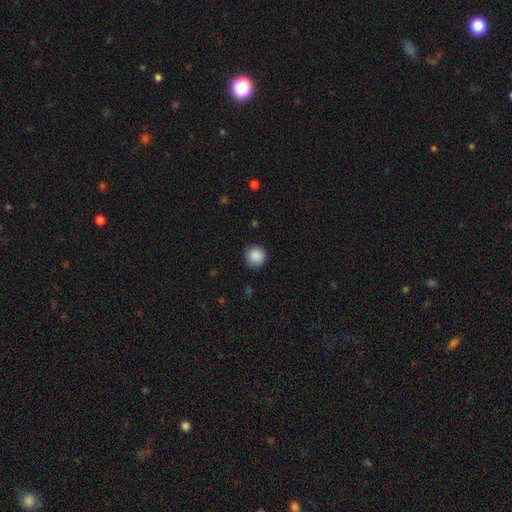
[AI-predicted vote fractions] A smooth galaxy with no disk features (88%) that is round (93%).

Vote fractions:
- Smooth or featured? smooth: 88% / star or artifact: 9% / featured or disk: 3%
- How rounded? round: 93% / in between: 6% / cigar-shaped: 1%
- Merging? none: 85% / minor disturbance: 11% / major disturbance: 3% / merger: 1%